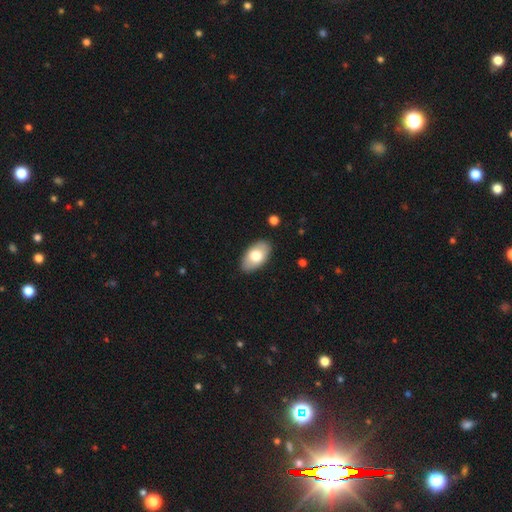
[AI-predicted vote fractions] This appears to be a smooth galaxy with no disk features (73%) that is in between round and cigar-shaped (94%). Merging: none (87%).